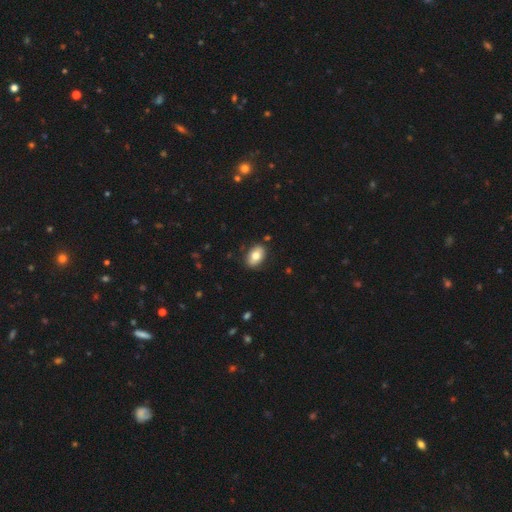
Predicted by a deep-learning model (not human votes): Morphology: type=smooth (76%); roundness=in between (88%); merging=none (85%).